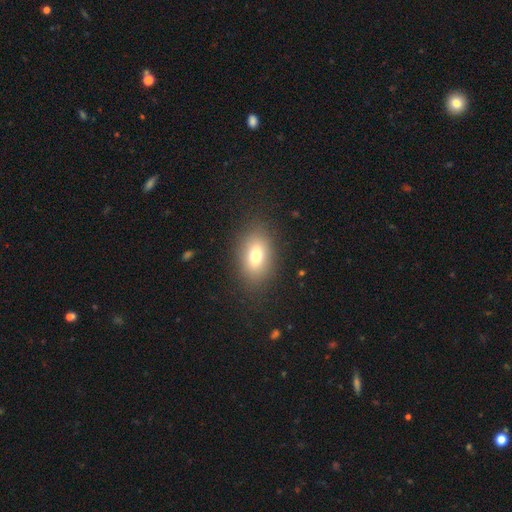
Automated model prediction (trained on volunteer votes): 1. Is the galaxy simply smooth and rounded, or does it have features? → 73% smooth, 15% featured or disk, 11% star or artifact.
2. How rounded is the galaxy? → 81% in between, 17% round, 2% cigar-shaped.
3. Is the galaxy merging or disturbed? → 85% none, 10% minor disturbance, 5% major disturbance, 1% merger.